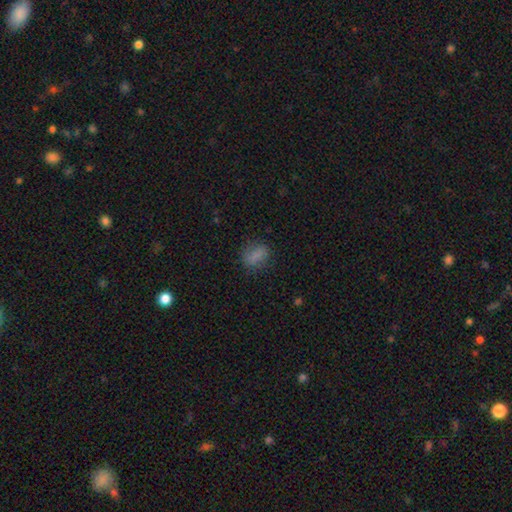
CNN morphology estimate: Smooth or featured: smooth — 77% (featured or disk — 11%)
How rounded: in between — 68% (round — 27%)
Merging: none — 76% (minor disturbance — 16%)